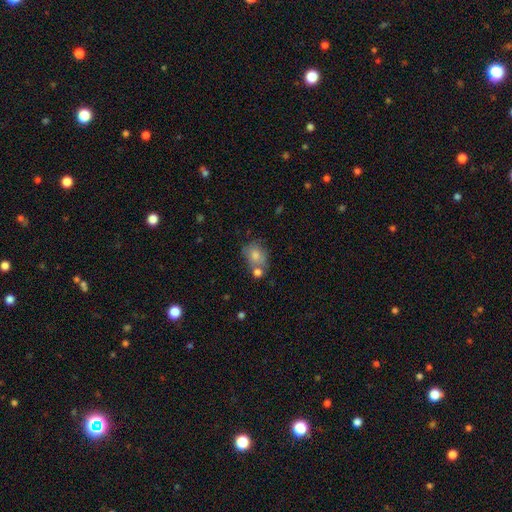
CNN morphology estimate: Smooth or featured: smooth — 73% (featured or disk — 18%)
How rounded: in between — 58% (round — 41%)
Merging: none — 42% (merger — 30%)